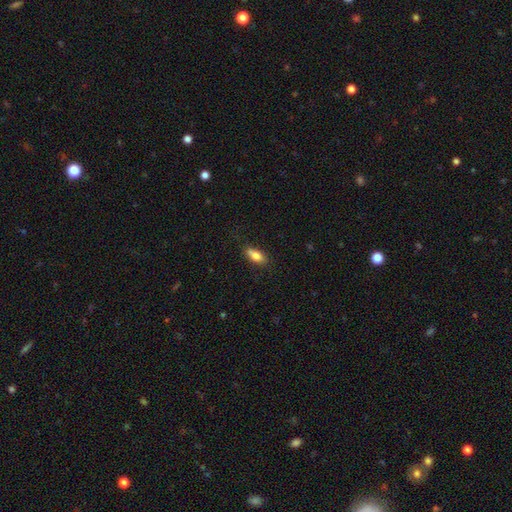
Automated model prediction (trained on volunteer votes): smooth_or_featured: smooth (p=0.78) [alt: featured or disk p=0.14]
how_rounded: in between (p=0.82) [alt: cigar-shaped p=0.14]
merging: none (p=0.63) [alt: minor disturbance p=0.22]